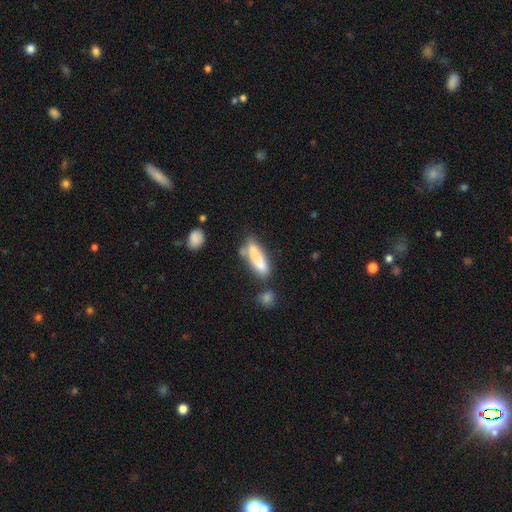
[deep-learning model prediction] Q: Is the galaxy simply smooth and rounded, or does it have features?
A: smooth — 76%.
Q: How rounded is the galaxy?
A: cigar-shaped — 59%.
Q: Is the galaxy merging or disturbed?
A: none — 47%.